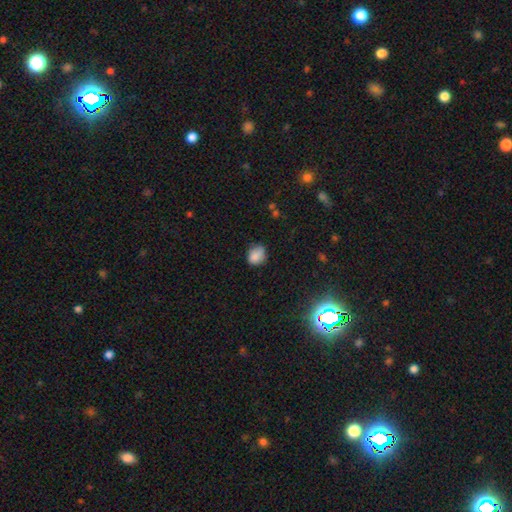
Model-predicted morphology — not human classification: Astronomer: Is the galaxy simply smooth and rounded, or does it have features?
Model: smooth — 83%.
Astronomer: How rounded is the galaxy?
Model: round — 53% (runner-up: in between, 46%).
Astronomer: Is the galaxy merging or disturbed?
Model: none — 64%.